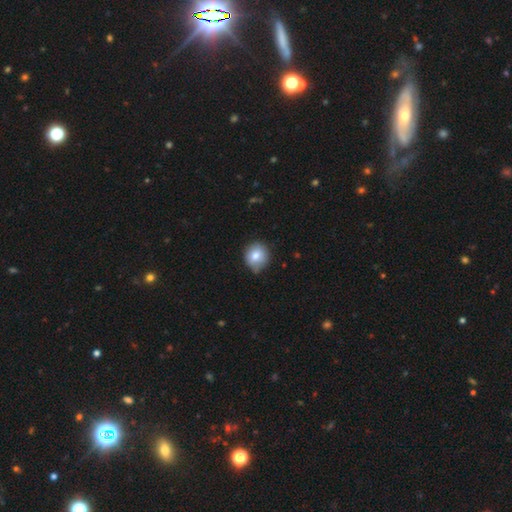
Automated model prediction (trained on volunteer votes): Overall: smooth (78%). How rounded: round (81%). Merging: none (70%).